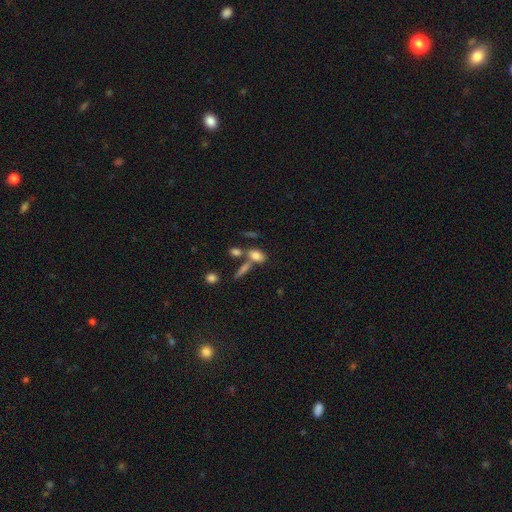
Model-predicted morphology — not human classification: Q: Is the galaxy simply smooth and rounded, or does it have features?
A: smooth — 76%.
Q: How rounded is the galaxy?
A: in between — 81%.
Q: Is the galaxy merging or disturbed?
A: none — 49%.